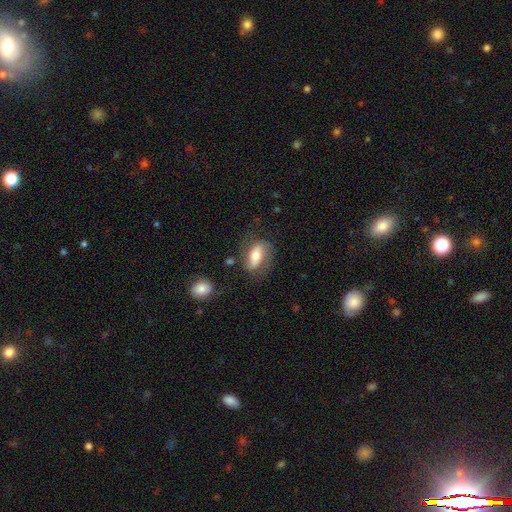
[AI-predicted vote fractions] Smooth or featured? Predicted: smooth (p=0.50). How rounded? Predicted: in between (p=0.78). Merging? Predicted: none (p=0.66).